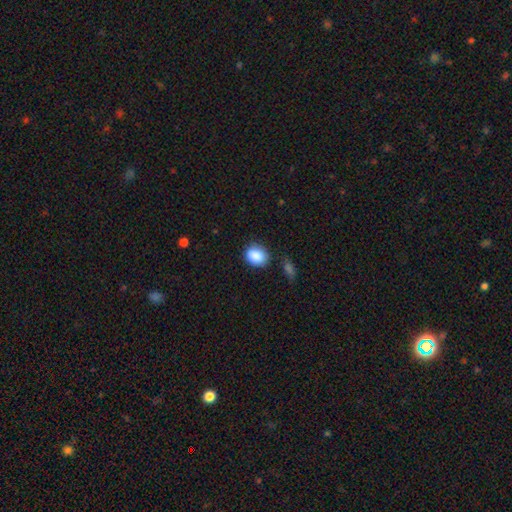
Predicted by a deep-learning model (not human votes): Smooth or featured?
  - smooth: 89% *
  - star or artifact: 8%
  - featured or disk: 4%
How rounded?
  - in between: 52% *
  - round: 47%
  - cigar-shaped: 1%
Merging?
  - none: 75% *
  - minor disturbance: 16%
  - merger: 4%
  - major disturbance: 4%